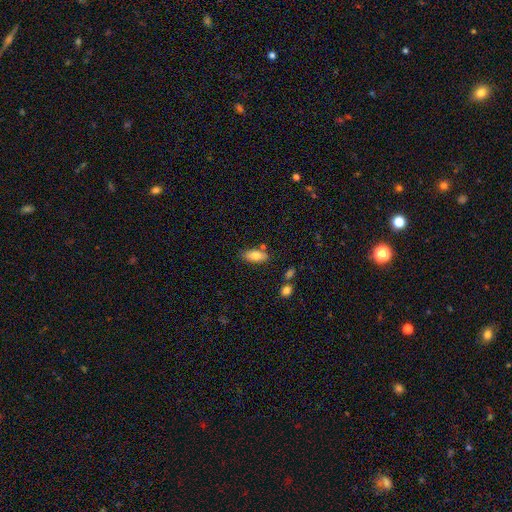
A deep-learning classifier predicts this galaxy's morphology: smooth-or-featured: smooth: 78% | featured or disk: 15% | star or artifact: 7%
  how-rounded: in between: 88% | cigar-shaped: 9% | round: 3%
  merging: none: 76% | minor disturbance: 14% | merger: 6% | major disturbance: 3%